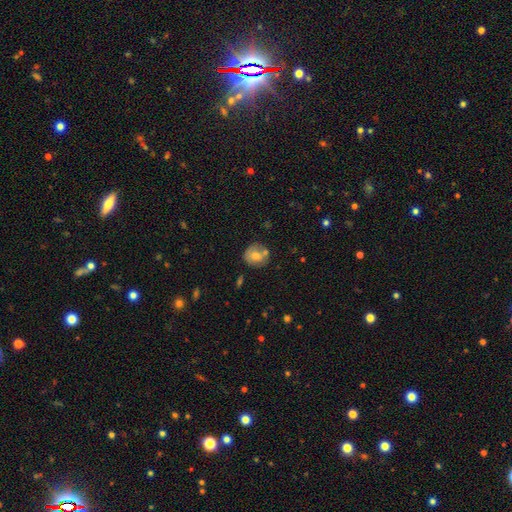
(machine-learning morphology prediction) smooth 65%, featured or disk 25%, star or artifact 10%. Down the decision tree: how rounded — round (79%); merging — none (61%).